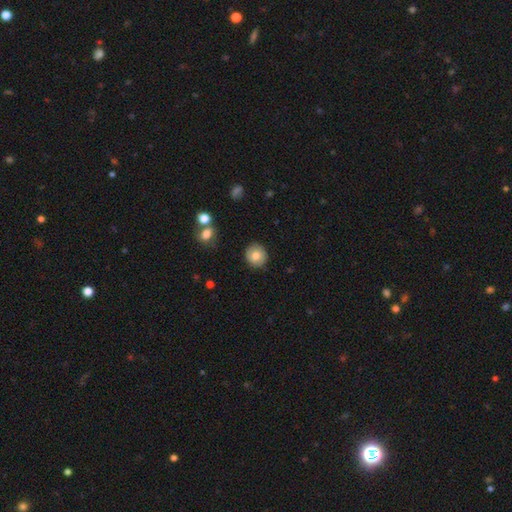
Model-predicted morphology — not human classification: Smooth or featured? smooth (77%)
How rounded? round (88%)
Merging? none (89%)